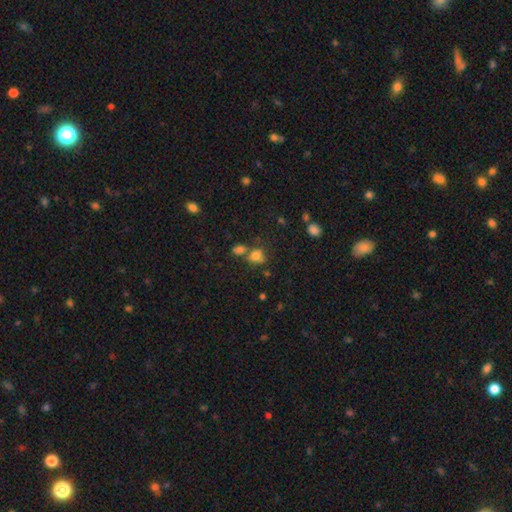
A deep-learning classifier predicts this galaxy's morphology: A smooth galaxy with no disk features (74%) that is round (56%).

Vote fractions:
- Smooth or featured? smooth: 74% / star or artifact: 16% / featured or disk: 11%
- How rounded? round: 56% / in between: 42% / cigar-shaped: 2%
- Merging? none: 47% / merger: 33% / minor disturbance: 14% / major disturbance: 7%